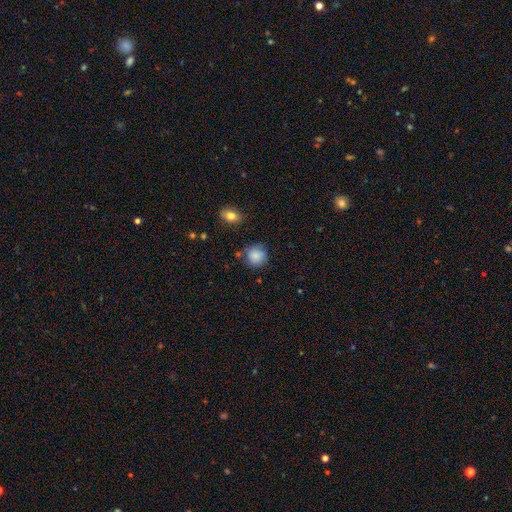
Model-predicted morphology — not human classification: This appears to be a smooth galaxy with no disk features (86%) that is round (91%). Merging: none (79%).